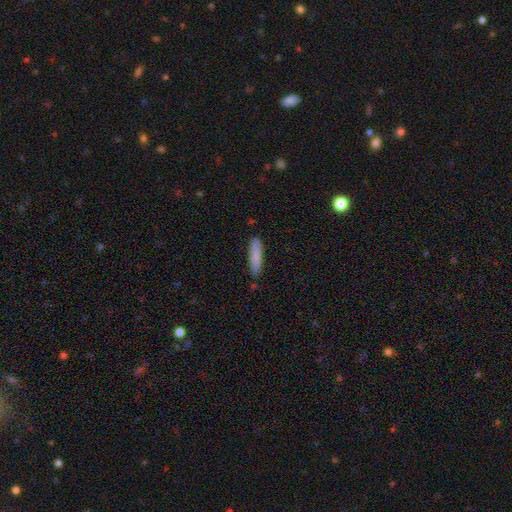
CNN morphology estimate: Smooth or featured?
  - smooth: 86% *
  - featured or disk: 8%
  - star or artifact: 6%
How rounded?
  - cigar-shaped: 77% *
  - in between: 22%
  - round: 1%
Merging?
  - none: 86% *
  - minor disturbance: 11%
  - major disturbance: 2%
  - merger: 2%